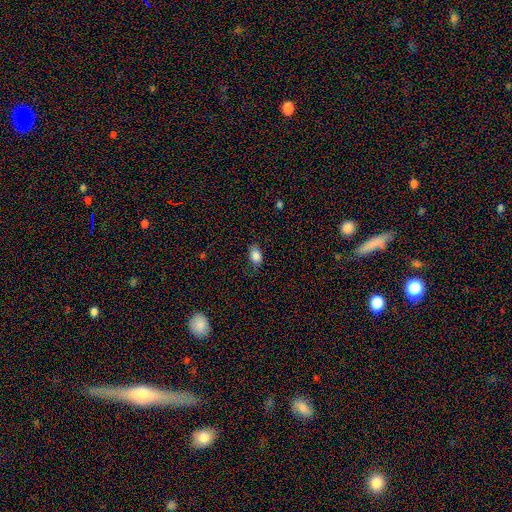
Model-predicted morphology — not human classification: Smooth or featured?
  - smooth: 86% *
  - star or artifact: 9%
  - featured or disk: 6%
How rounded?
  - in between: 87% *
  - round: 11%
  - cigar-shaped: 2%
Merging?
  - none: 71% *
  - minor disturbance: 22%
  - major disturbance: 5%
  - merger: 1%